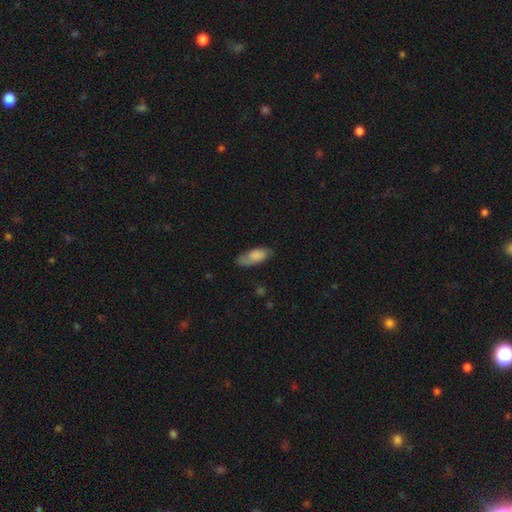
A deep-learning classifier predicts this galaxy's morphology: type=smooth (74%); roundness=in between (84%); merging=none (66%).